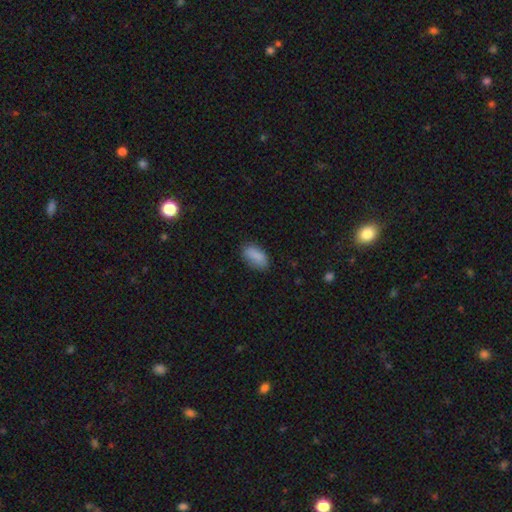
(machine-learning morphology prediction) Smooth or featured?
  - smooth: 87% *
  - star or artifact: 8%
  - featured or disk: 6%
How rounded?
  - in between: 90% *
  - cigar-shaped: 7%
  - round: 3%
Merging?
  - none: 77% *
  - minor disturbance: 18%
  - major disturbance: 4%
  - merger: 1%